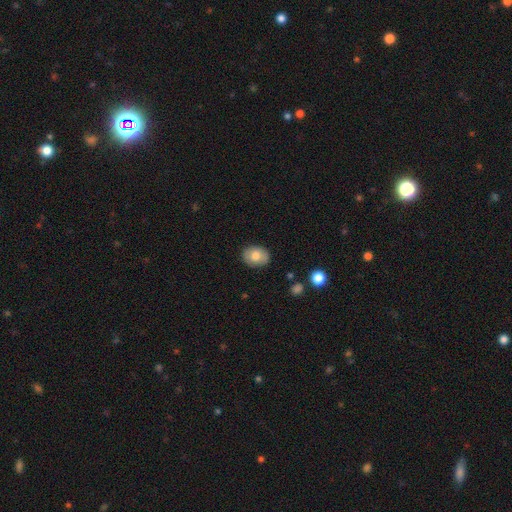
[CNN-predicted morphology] A smooth galaxy with no disk features (74%) that is in between round and cigar-shaped (58%). Merging: none (85%).